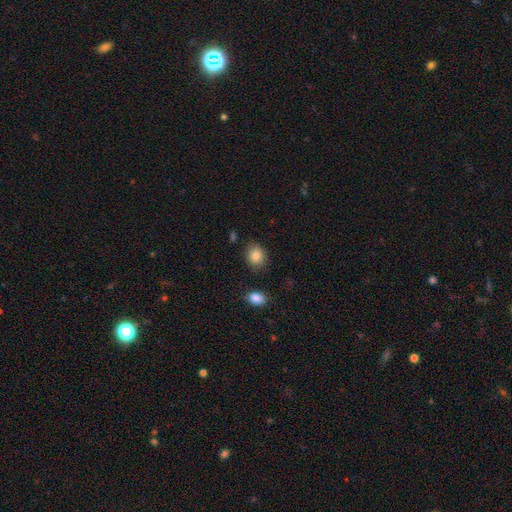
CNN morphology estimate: The model was most divided on "how rounded": round: 56%, in between: 43%, cigar-shaped: 1%. More confident: smooth or featured — smooth (86%); merging — none (81%).